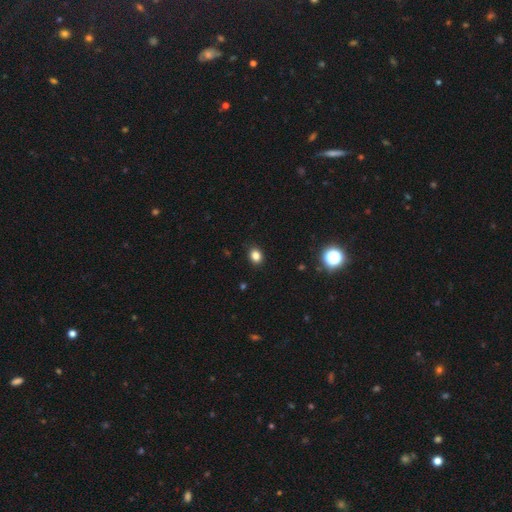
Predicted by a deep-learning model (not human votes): A smooth galaxy with no disk features (83%) that is round (55%). Merging: none (90%).